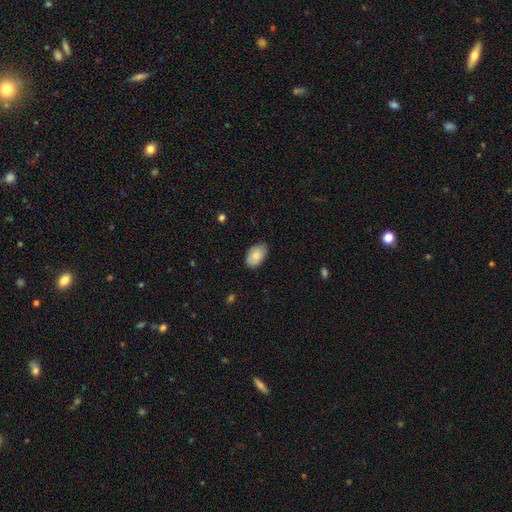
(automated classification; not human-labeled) Q: Smooth or featured?
A: smooth (85%); runner-up: featured or disk (9%)
Q: How rounded?
A: in between (92%); runner-up: round (7%)
Q: Merging?
A: none (81%); runner-up: minor disturbance (16%)